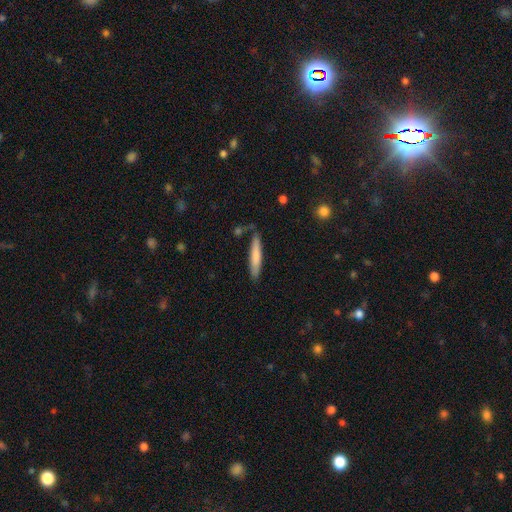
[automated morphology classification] smooth-or-featured: smooth: 75% | featured or disk: 19% | star or artifact: 6%
  how-rounded: cigar-shaped: 91% | in between: 7% | round: 1%
  merging: none: 80% | minor disturbance: 14% | merger: 4% | major disturbance: 3%